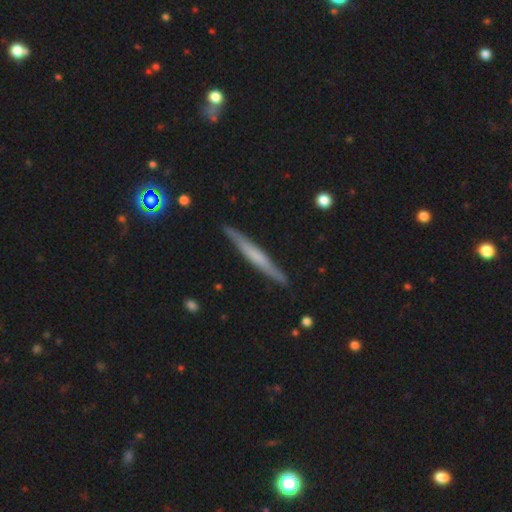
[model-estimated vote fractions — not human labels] Smooth or featured: featured or disk — 55% (smooth — 39%)
Edge-on disk: yes — 96% (no — 4%)
Edge-on bulge: none — 59% (rounded — 25%)
Merging: none — 89% (minor disturbance — 8%)